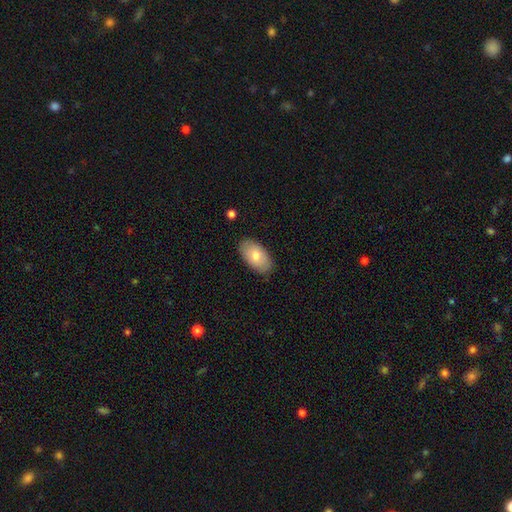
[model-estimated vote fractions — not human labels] A smooth galaxy with no disk features (76%) that is in between round and cigar-shaped (95%).

Vote fractions:
- Smooth or featured? smooth: 76% / featured or disk: 18% / star or artifact: 6%
- How rounded? in between: 95% / round: 4% / cigar-shaped: 2%
- Merging? none: 86% / minor disturbance: 10% / major disturbance: 2% / merger: 1%